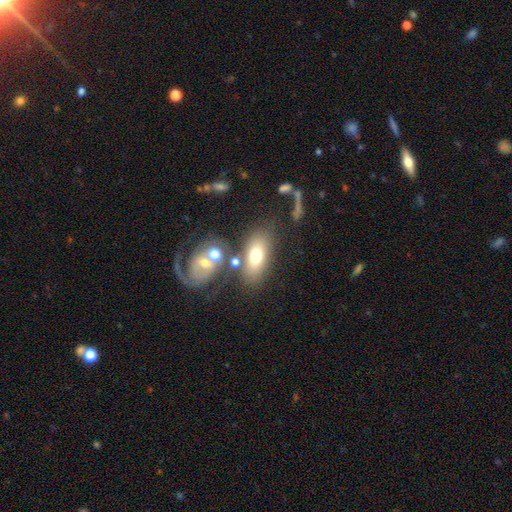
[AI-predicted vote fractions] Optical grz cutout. It shows a smooth galaxy with no disk features (67%) that is in between round and cigar-shaped (83%). Merging: none (60%).